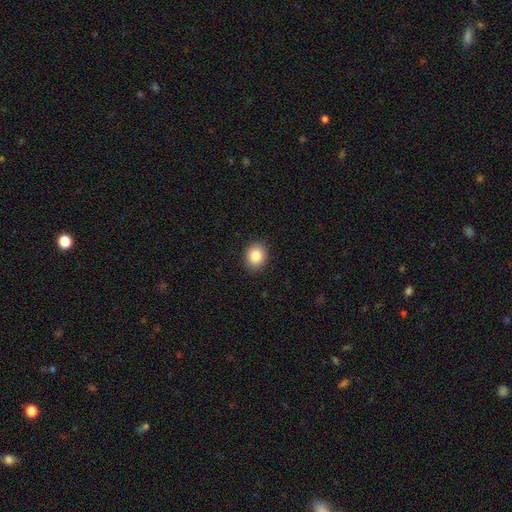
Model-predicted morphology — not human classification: Smooth or featured?
  - smooth: 86% *
  - star or artifact: 9%
  - featured or disk: 6%
How rounded?
  - round: 60% *
  - in between: 39%
  - cigar-shaped: 1%
Merging?
  - none: 90% *
  - minor disturbance: 7%
  - major disturbance: 2%
  - merger: 1%